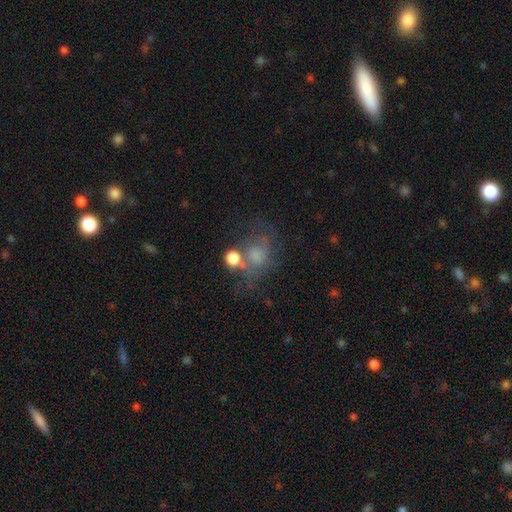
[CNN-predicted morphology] smooth_or_featured: smooth (p=0.44) [alt: featured or disk p=0.34]
merging: none (p=0.45) [alt: major disturbance p=0.20]